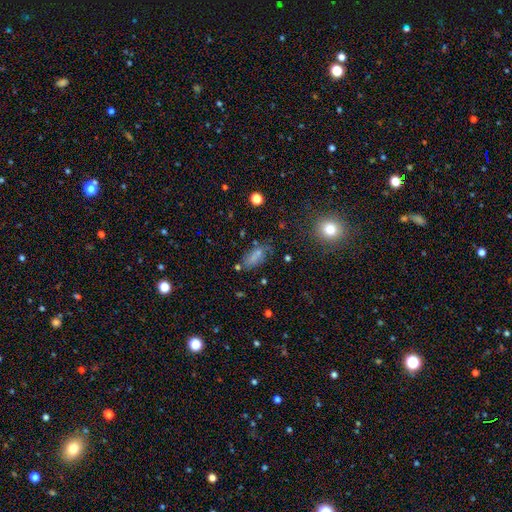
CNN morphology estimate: Overall: smooth (66%). How rounded: in between (82%). Merging: none (62%).